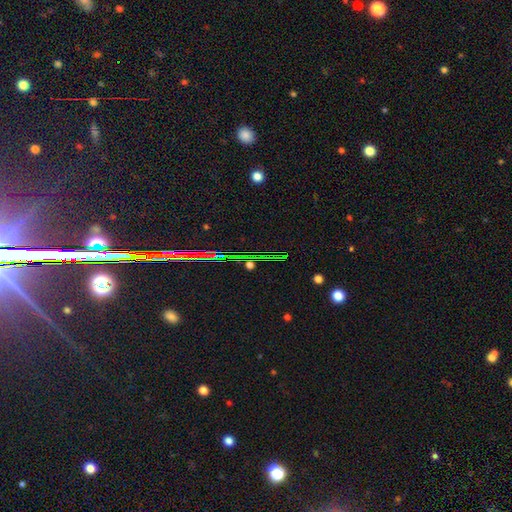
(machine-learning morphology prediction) Overall: star or artifact (80%).